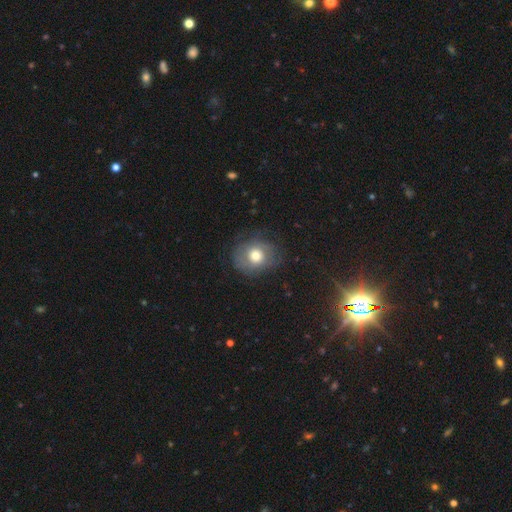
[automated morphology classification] The model was most divided on "smooth or featured": smooth: 61%, featured or disk: 30%, star or artifact: 9%. More confident: how rounded — round (71%); merging — none (67%).